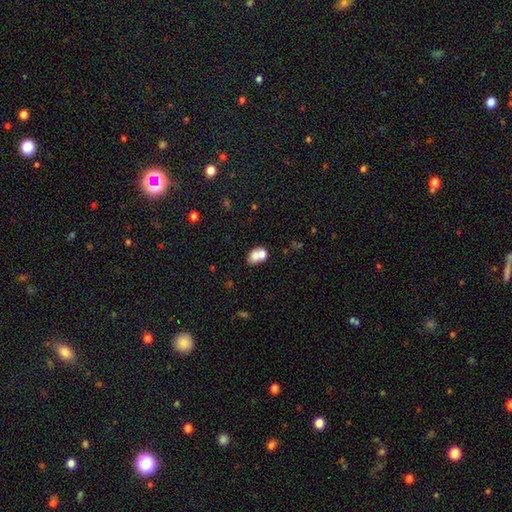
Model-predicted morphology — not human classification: This is likely a smooth galaxy (70%). How rounded: likely in between (60%). Merging: possibly merger (53%).